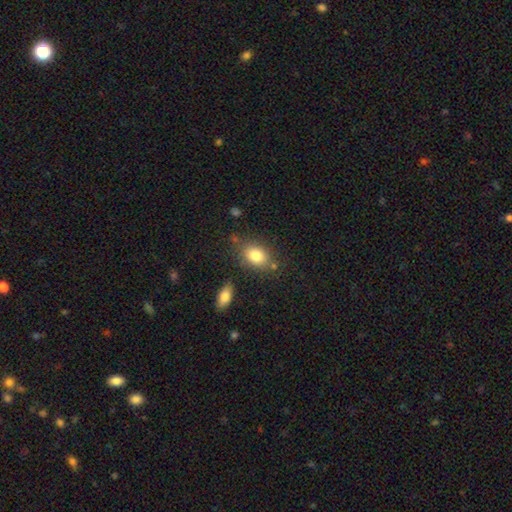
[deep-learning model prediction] smooth 83%, featured or disk 9%, star or artifact 9%. Down the decision tree: how rounded — in between (74%); merging — none (73%).